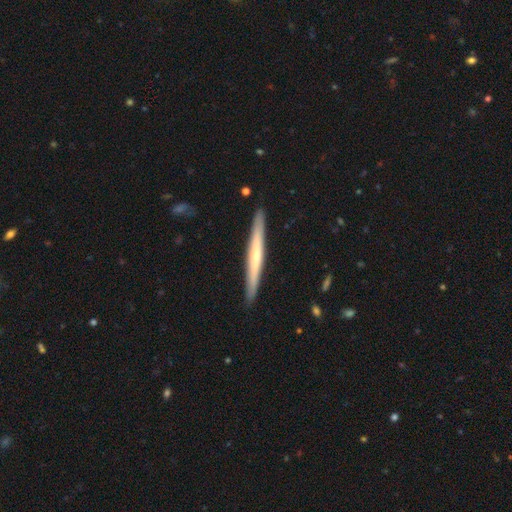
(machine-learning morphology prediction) Overall: featured or disk (52%; smooth 43%). Edge-on disk: yes (96%). Edge-on bulge: none (56%; rounded 37%). Merging: none (92%).